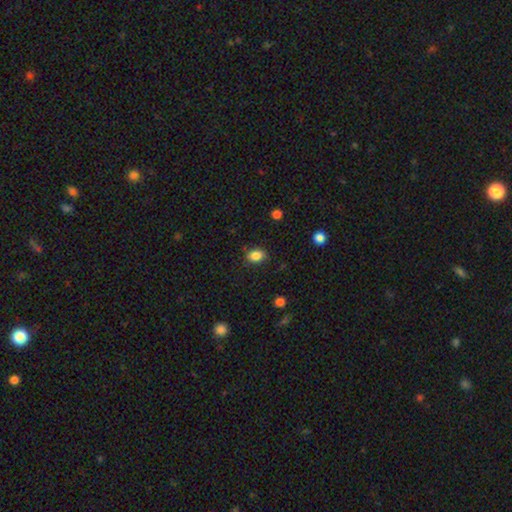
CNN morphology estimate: Smooth or featured? smooth (86%)
How rounded? in between (75%)
Merging? none (82%)